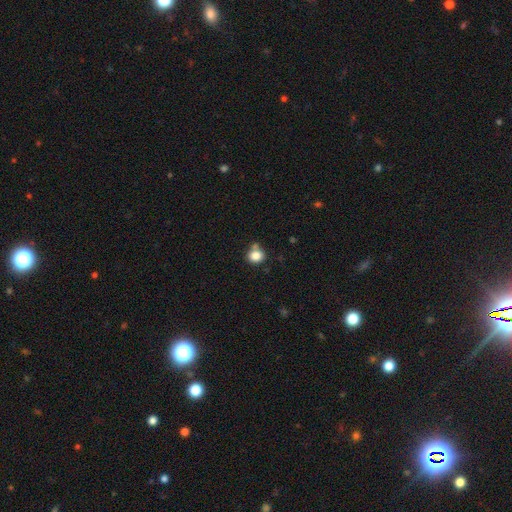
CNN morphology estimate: Overall: smooth (83%). How rounded: round (71%). Merging: none (64%).